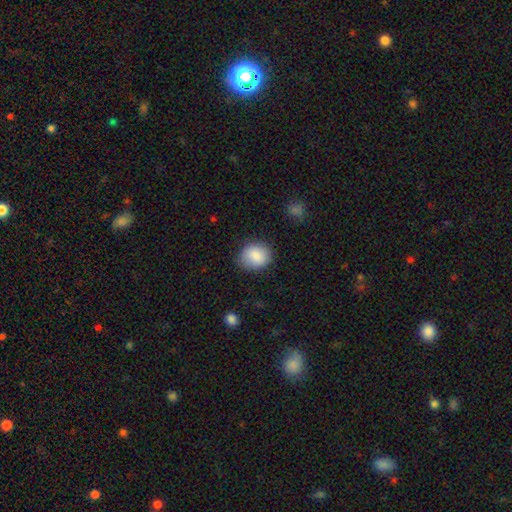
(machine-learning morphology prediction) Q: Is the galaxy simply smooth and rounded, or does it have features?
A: smooth — 86%.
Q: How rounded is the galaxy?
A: round — 71%.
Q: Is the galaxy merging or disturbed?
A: none — 81%.